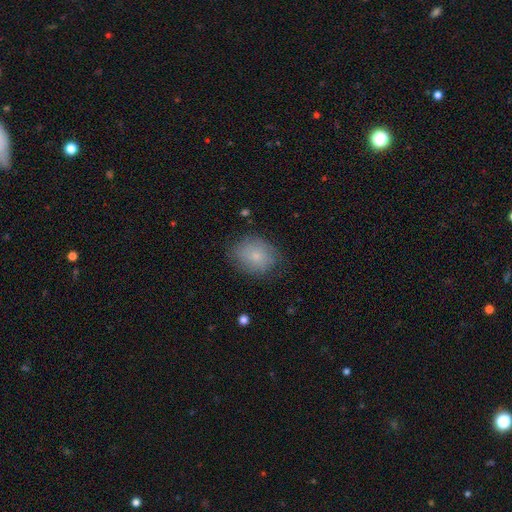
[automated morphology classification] smooth-or-featured: smooth: 68% | featured or disk: 23% | star or artifact: 8%
  how-rounded: round: 53% | in between: 46% | cigar-shaped: 1%
  merging: none: 72% | minor disturbance: 21% | major disturbance: 6% | merger: 1%